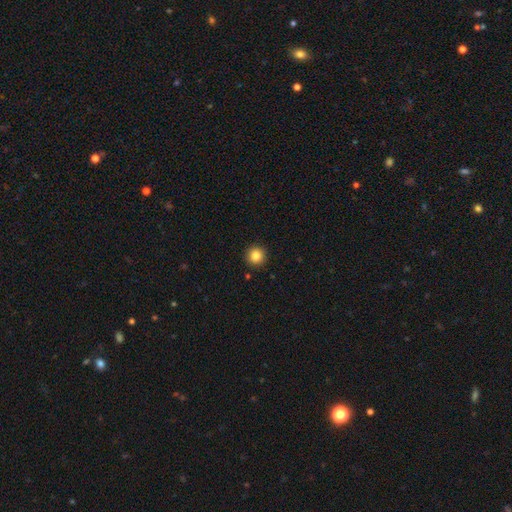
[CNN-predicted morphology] Overall: smooth (85%). How rounded: round (95%). Merging: none (92%).